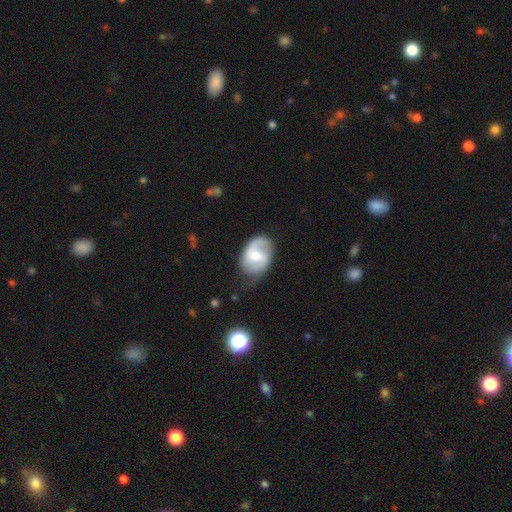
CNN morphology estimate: This is likely a featured or disk galaxy (64%). It is clearly not viewed edge-on (97%). Bar: possibly weak (49%). Spiral arm pattern: clearly yes (87%). Spiral arm count: likely 2 (64%). Spiral winding: marginally medium (44%). Central bulge: possibly moderate (57%). Merging: possibly none (55%).